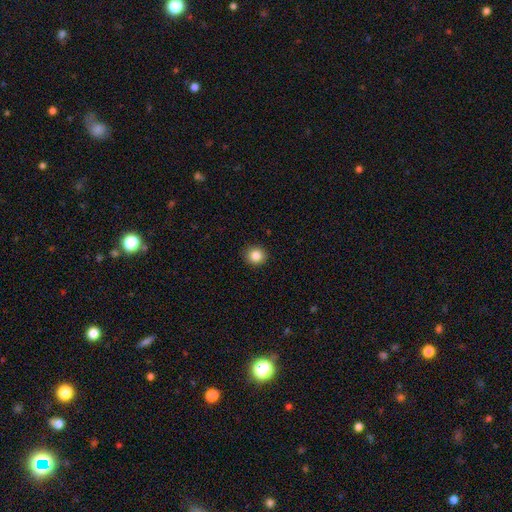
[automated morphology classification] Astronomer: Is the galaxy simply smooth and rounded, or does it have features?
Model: smooth — 85%.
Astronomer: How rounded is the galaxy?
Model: round — 90%.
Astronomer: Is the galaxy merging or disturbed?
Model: none — 92%.